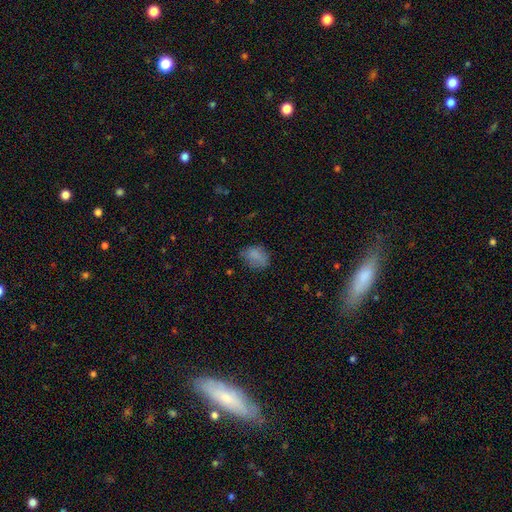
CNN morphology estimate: smooth_or_featured: smooth (p=0.79) [alt: star or artifact p=0.11]
how_rounded: in between (p=0.70) [alt: round p=0.29]
merging: none (p=0.60) [alt: minor disturbance p=0.27]